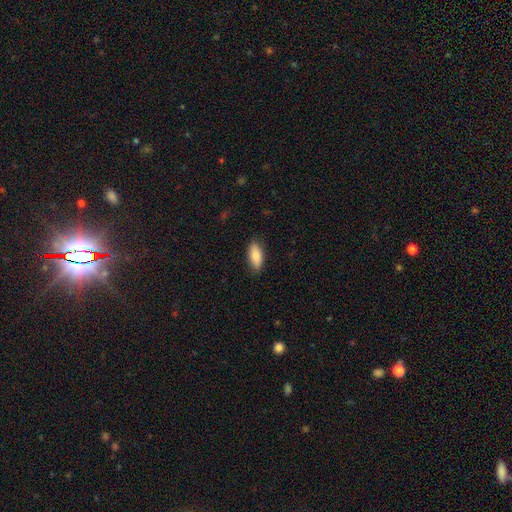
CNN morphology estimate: This is clearly a smooth galaxy (82%). How rounded: clearly in between (84%). Merging: clearly none (85%).